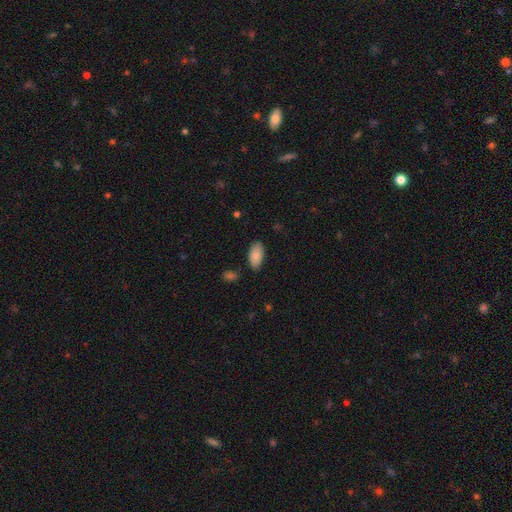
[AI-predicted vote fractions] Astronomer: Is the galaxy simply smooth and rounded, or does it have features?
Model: smooth — 85%.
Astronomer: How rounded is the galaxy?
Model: in between — 94%.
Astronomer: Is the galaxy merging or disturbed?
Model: none — 84%.